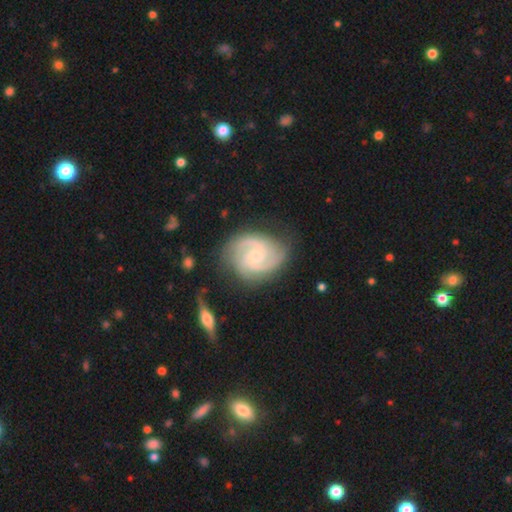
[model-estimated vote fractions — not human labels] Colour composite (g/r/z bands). It shows a featured or disk galaxy (90%) with no bar (54%), 2 (80%) tight (50%) spiral arms (98%) and a small central bulge (56%). Merging: none (75%).